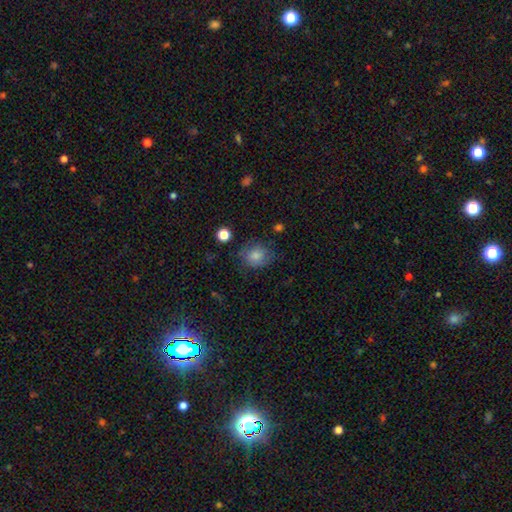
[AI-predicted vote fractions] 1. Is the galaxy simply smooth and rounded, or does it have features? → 76% smooth, 14% featured or disk, 10% star or artifact.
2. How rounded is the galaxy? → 67% round, 32% in between, 1% cigar-shaped.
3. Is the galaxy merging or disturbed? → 65% none, 23% minor disturbance, 9% major disturbance, 2% merger.